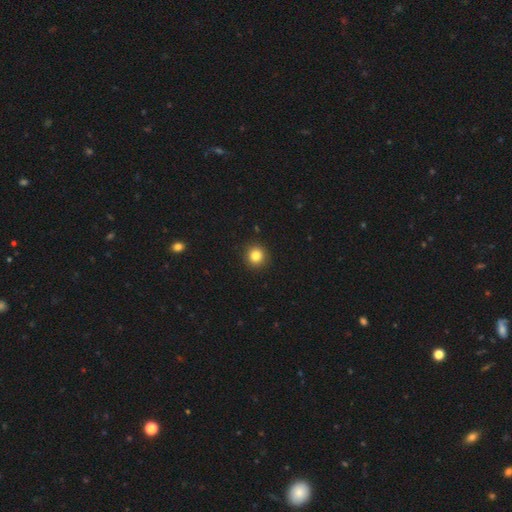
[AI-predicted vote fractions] Smooth or featured? smooth (83%)
How rounded? round (93%)
Merging? none (93%)